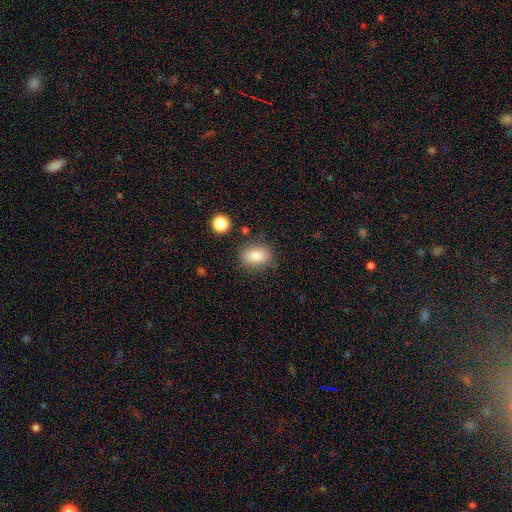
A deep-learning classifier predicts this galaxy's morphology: This appears to be a smooth galaxy with no disk features (84%) that is in between round and cigar-shaped (68%). Merging: none (80%).